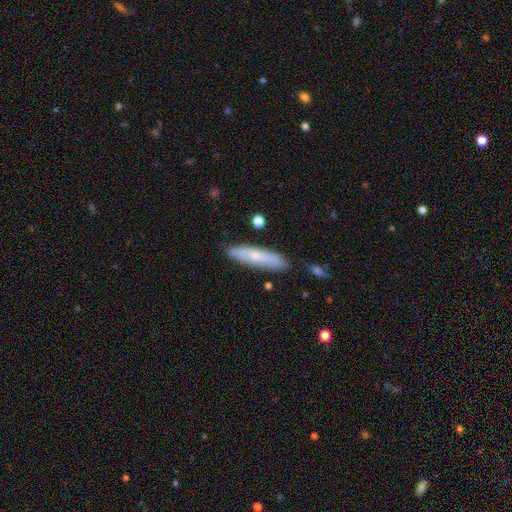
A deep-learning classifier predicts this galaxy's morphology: Smooth or featured? Predicted: smooth (p=0.58). How rounded? Predicted: cigar-shaped (p=0.76). Merging? Predicted: none (p=0.82).